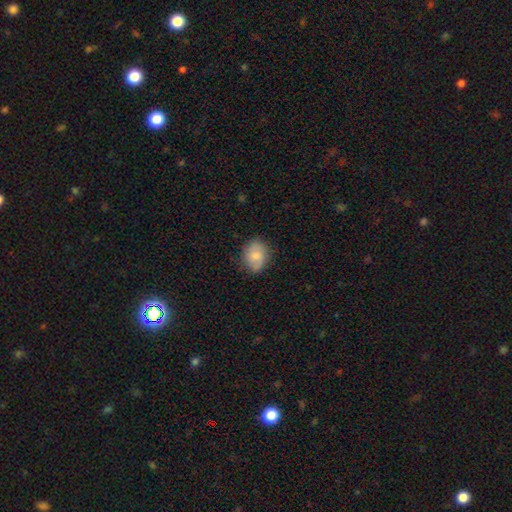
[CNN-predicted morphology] Smooth or featured?
  - smooth: 70% *
  - featured or disk: 23%
  - star or artifact: 7%
How rounded?
  - round: 50% *
  - in between: 49%
  - cigar-shaped: 1%
Merging?
  - none: 75% *
  - minor disturbance: 19%
  - major disturbance: 5%
  - merger: 1%